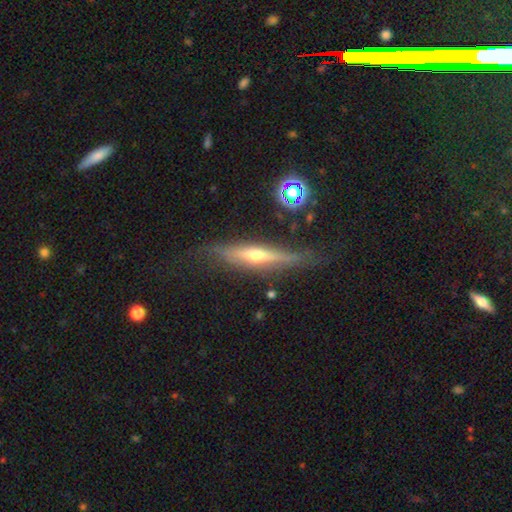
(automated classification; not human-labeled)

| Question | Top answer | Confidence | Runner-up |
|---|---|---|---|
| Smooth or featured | featured or disk | 67% | smooth (25%) |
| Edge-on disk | yes | 91% | no (9%) |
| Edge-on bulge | rounded | 84% | none (11%) |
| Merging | none | 74% | minor disturbance (18%) |